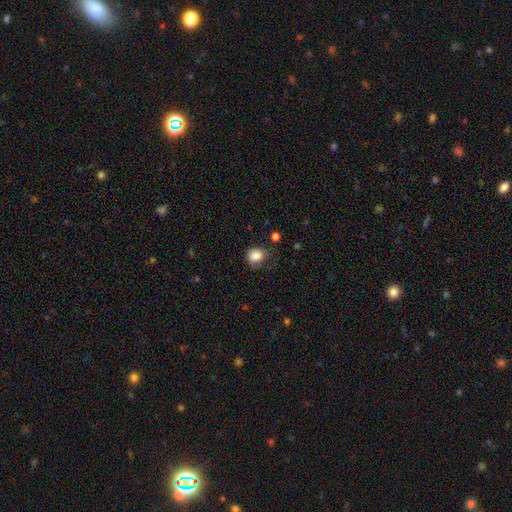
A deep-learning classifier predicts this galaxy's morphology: Smooth or featured? smooth (85%)
How rounded? round (64%)
Merging? none (59%)